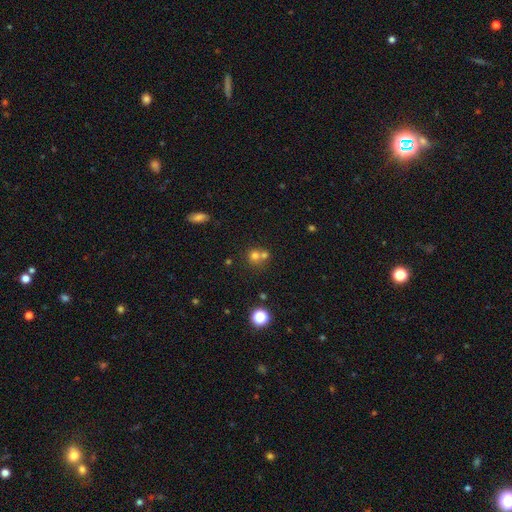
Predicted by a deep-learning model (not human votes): Smooth or featured? smooth (68%)
How rounded? round (86%)
Merging? none (46%)